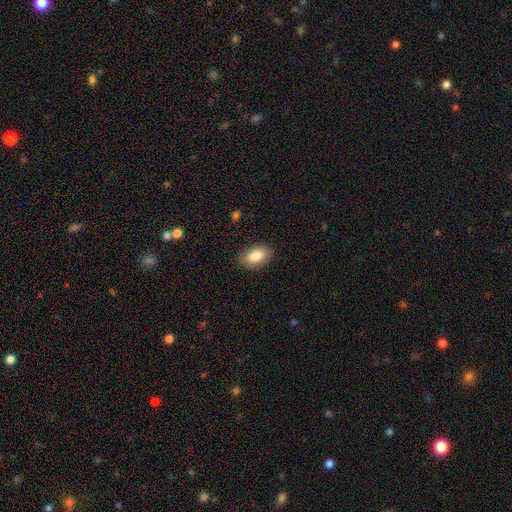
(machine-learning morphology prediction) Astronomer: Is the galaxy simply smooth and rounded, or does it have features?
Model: smooth — 84%.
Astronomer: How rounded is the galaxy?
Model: in between — 91%.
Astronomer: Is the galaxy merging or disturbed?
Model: none — 88%.